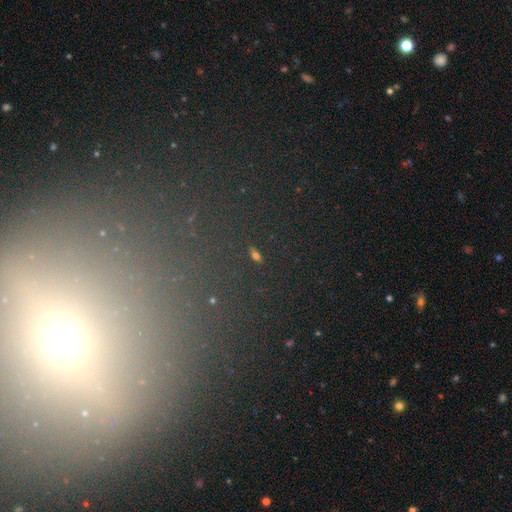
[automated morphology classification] Q: Smooth or featured?
A: star or artifact (64%); runner-up: smooth (22%)